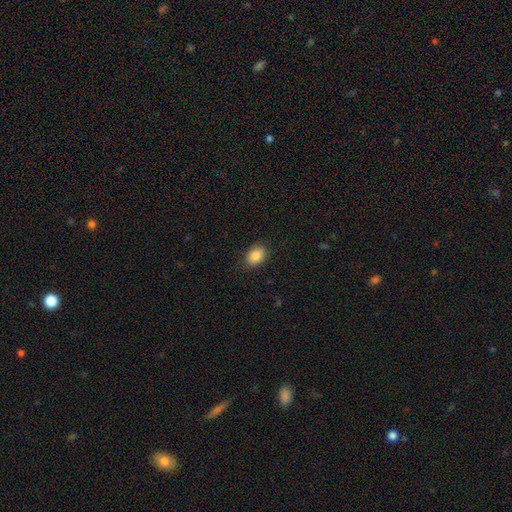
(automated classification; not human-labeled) Smooth or featured? Predicted: smooth (p=0.87). How rounded? Predicted: in between (p=0.82). Merging? Predicted: none (p=0.85).